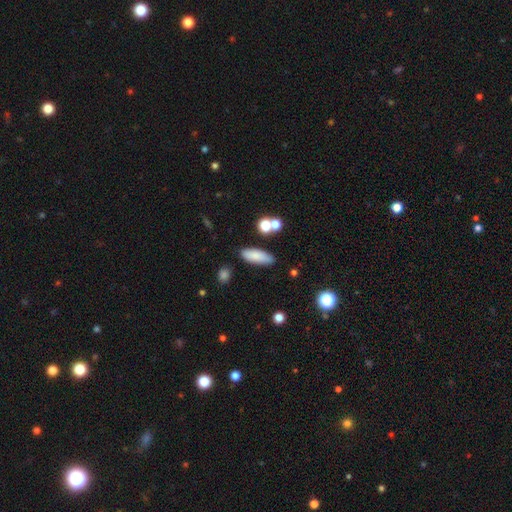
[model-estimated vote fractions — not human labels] This appears to be a smooth galaxy with no disk features (82%) that is in between round and cigar-shaped (56%). Merging: none (82%).